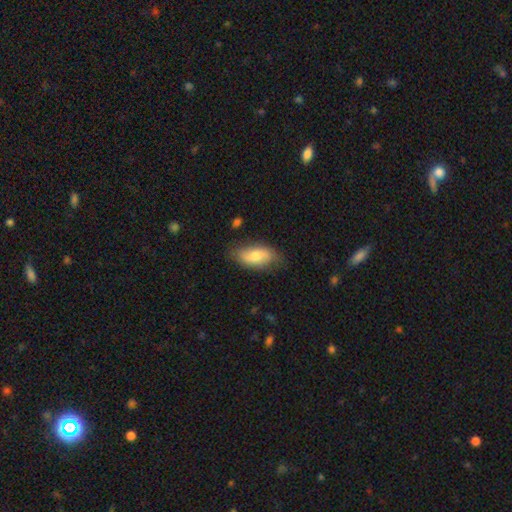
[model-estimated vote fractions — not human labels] The model was most divided on "smooth or featured": smooth: 70%, featured or disk: 24%, star or artifact: 6%. More confident: how rounded — in between (90%); merging — none (72%).